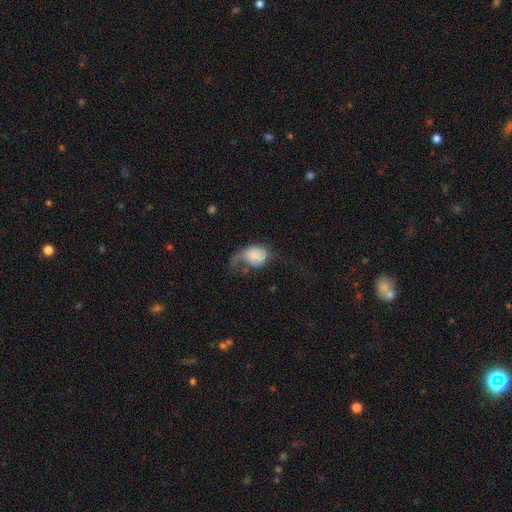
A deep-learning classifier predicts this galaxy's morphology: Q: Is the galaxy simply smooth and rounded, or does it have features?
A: smooth — 61%.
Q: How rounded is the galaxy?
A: in between — 54%.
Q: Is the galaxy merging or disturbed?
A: major disturbance — 56%.